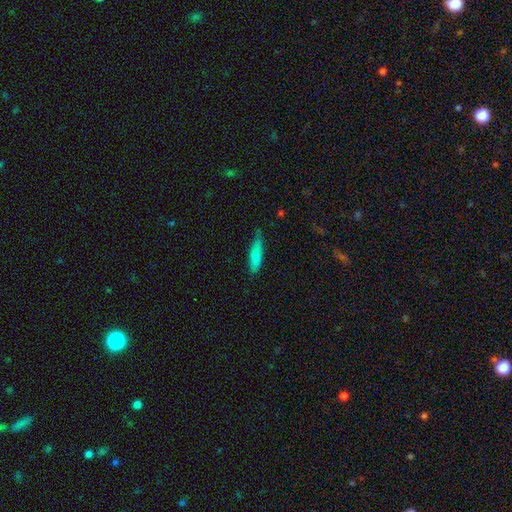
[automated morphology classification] A smooth galaxy with no disk features (82%) that is cigar-shaped (73%).

Vote fractions:
- Smooth or featured? smooth: 82% / featured or disk: 12% / star or artifact: 6%
- How rounded? cigar-shaped: 73% / in between: 25% / round: 2%
- Merging? none: 64% / minor disturbance: 30% / major disturbance: 5% / merger: 2%